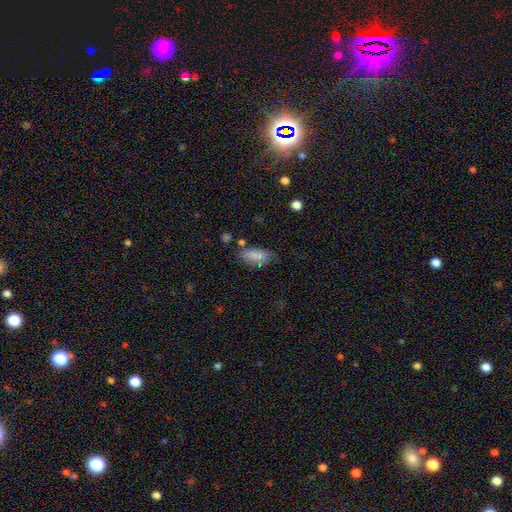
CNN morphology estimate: smooth_or_featured: smooth (p=0.81) [alt: star or artifact p=0.10]
how_rounded: in between (p=0.87) [alt: cigar-shaped p=0.09]
merging: none (p=0.64) [alt: minor disturbance p=0.23]